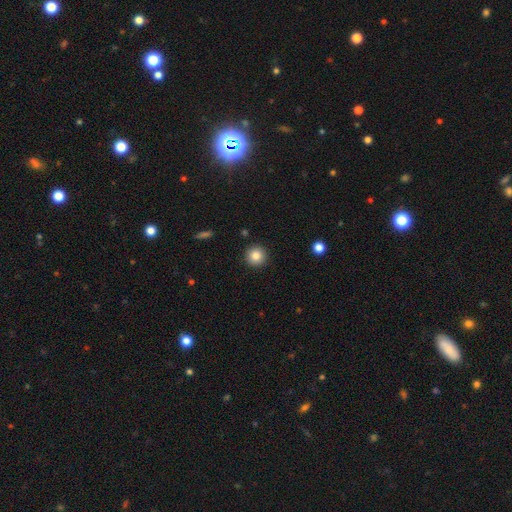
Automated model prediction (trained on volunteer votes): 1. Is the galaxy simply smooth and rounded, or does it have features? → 85% smooth, 10% star or artifact, 6% featured or disk.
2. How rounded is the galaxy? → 95% round, 4% in between, 1% cigar-shaped.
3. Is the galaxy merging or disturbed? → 92% none, 5% minor disturbance, 2% major disturbance, 1% merger.